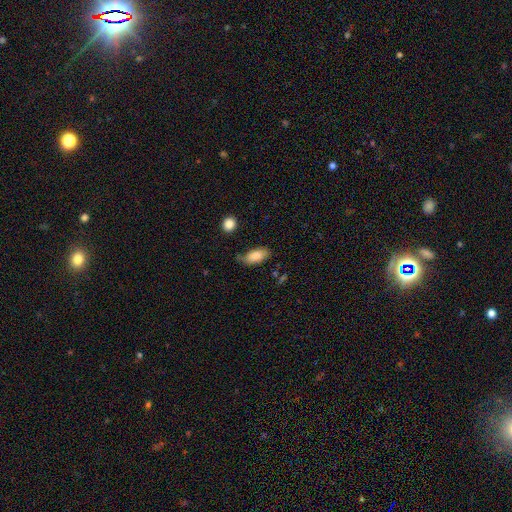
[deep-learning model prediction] This appears to be a smooth galaxy with no disk features (81%) that is in between round and cigar-shaped (91%). Merging: none (60%).